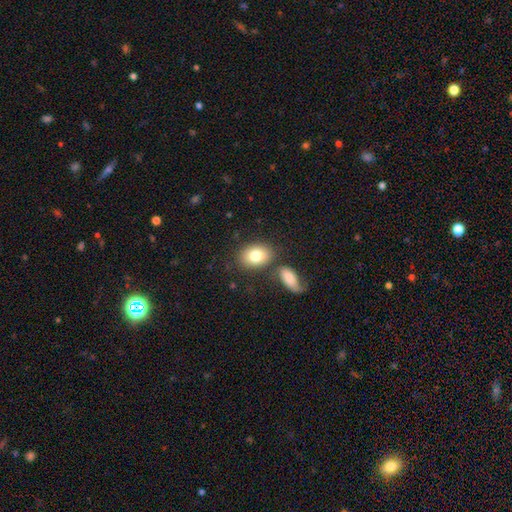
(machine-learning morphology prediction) smooth_or_featured: smooth (p=0.80) [alt: featured or disk p=0.13]
how_rounded: in between (p=0.77) [alt: round p=0.21]
merging: none (p=0.69) [alt: merger p=0.15]